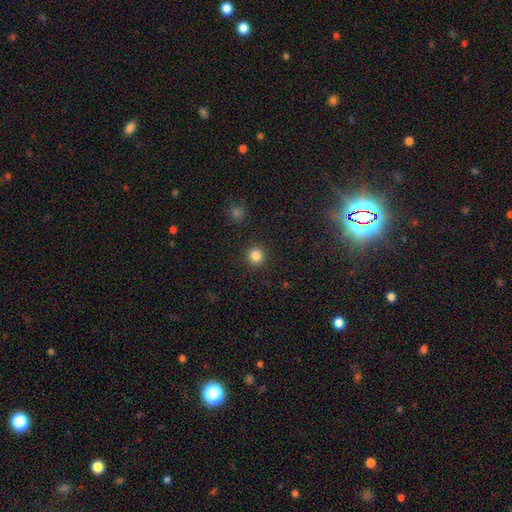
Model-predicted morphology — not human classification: smooth 84%, star or artifact 12%, featured or disk 4%. Down the decision tree: how rounded — round (94%); merging — none (92%).